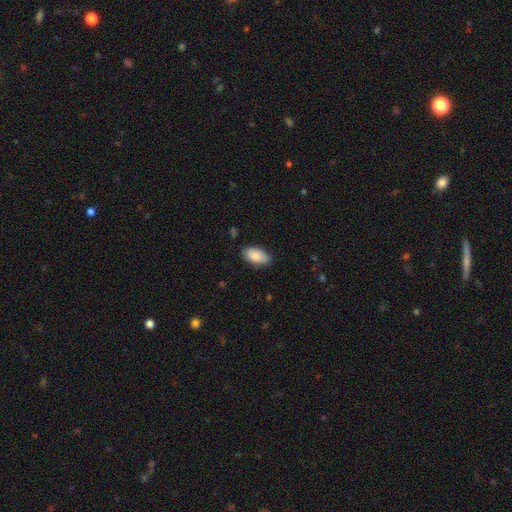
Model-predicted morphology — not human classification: This is clearly a smooth galaxy (88%). How rounded: clearly in between (94%). Merging: likely none (80%).